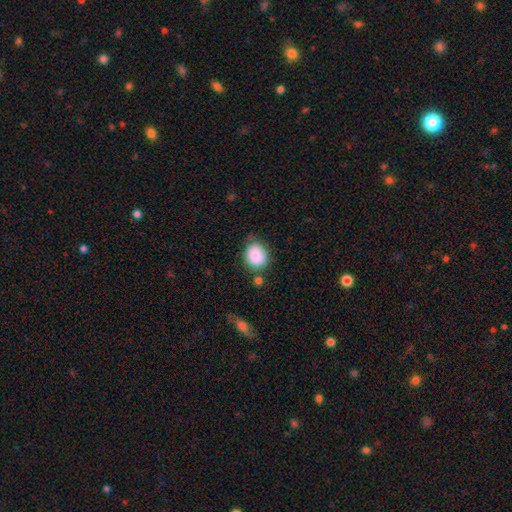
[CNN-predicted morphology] This is clearly a smooth galaxy (87%). How rounded: possibly round (57%). Merging: likely none (67%).